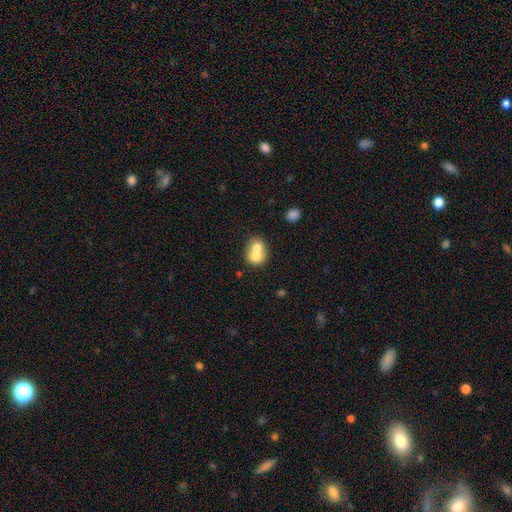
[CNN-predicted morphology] A smooth galaxy with no disk features (67%) that is round (66%). Merging: merger (69%).